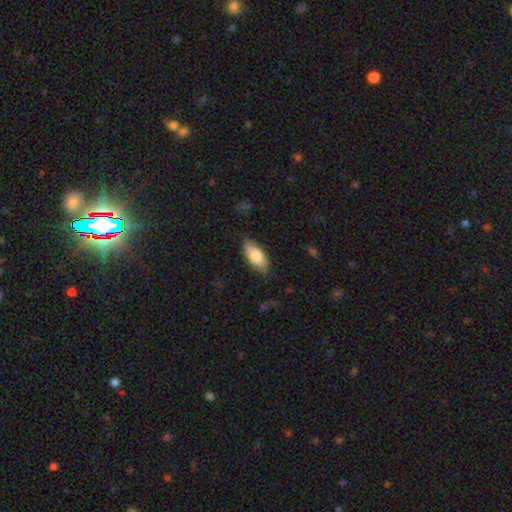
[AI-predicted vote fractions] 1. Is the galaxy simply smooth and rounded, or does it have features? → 80% smooth, 14% featured or disk, 6% star or artifact.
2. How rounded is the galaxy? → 86% in between, 12% cigar-shaped, 2% round.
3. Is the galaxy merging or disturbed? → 78% none, 17% minor disturbance, 4% major disturbance, 1% merger.